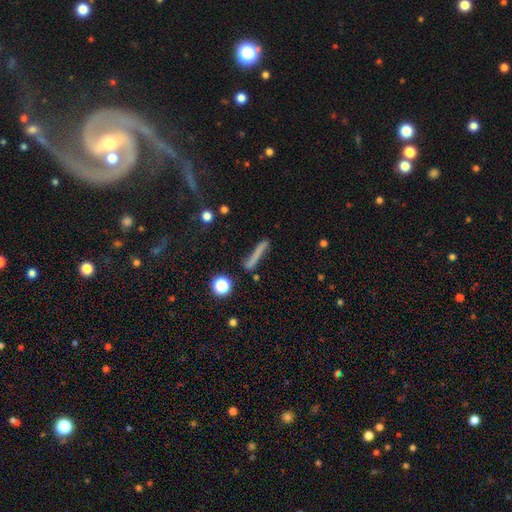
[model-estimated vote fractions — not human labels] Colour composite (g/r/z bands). It shows a smooth galaxy with no disk features (65%) that is cigar-shaped (90%). Merging: none (76%).